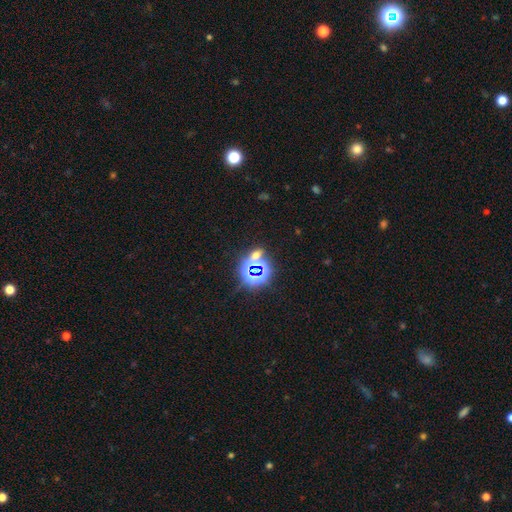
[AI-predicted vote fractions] star or artifact 66%, smooth 26%, featured or disk 9%.